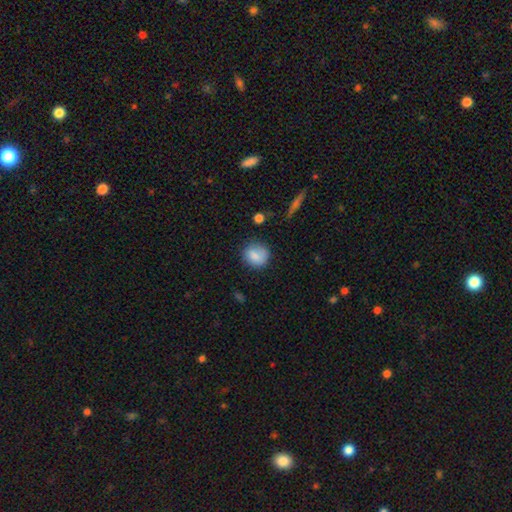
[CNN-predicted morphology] The model was most divided on "merging": none: 74%, minor disturbance: 18%, major disturbance: 5%, merger: 3%. More confident: smooth or featured — smooth (83%); how rounded — round (79%).